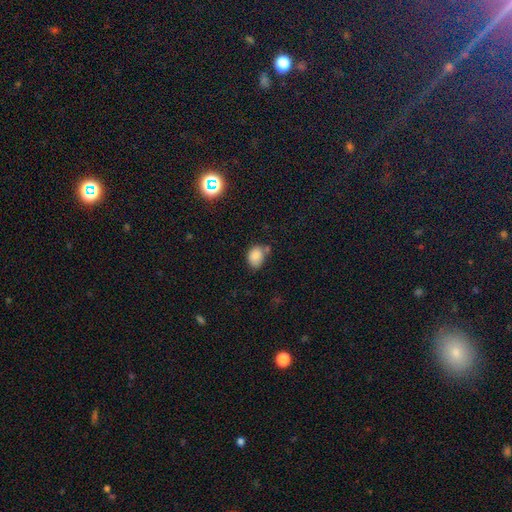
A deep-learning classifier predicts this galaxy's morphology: smooth-or-featured: smooth: 84% | star or artifact: 10% | featured or disk: 6%
  how-rounded: in between: 65% | round: 34% | cigar-shaped: 1%
  merging: none: 55% | minor disturbance: 25% | merger: 14% | major disturbance: 6%